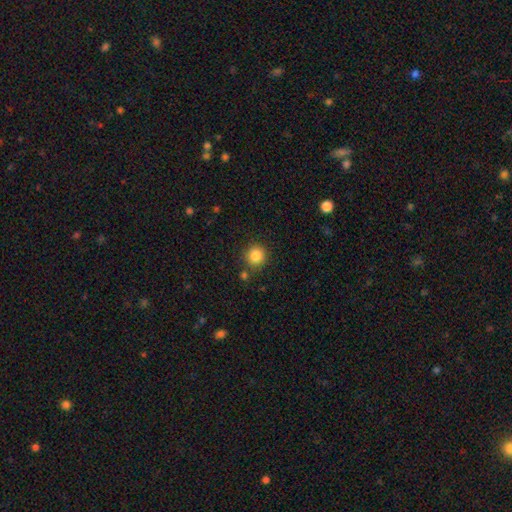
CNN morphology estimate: This appears to be a smooth galaxy with no disk features (85%) that is round (92%). Merging: none (83%).